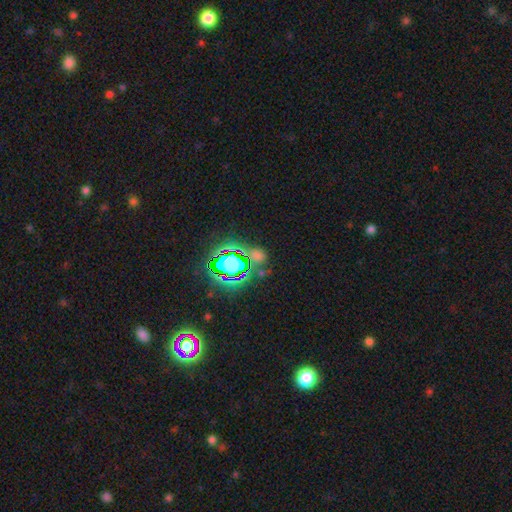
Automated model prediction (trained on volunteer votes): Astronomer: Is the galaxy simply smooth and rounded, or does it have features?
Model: star or artifact — 60%.